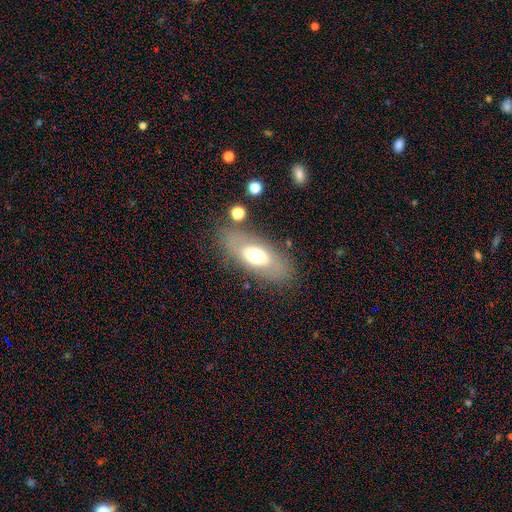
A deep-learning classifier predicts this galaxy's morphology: Smooth or featured: smooth — 54% (featured or disk — 38%)
How rounded: in between — 84% (cigar-shaped — 11%)
Merging: none — 78% (minor disturbance — 13%)